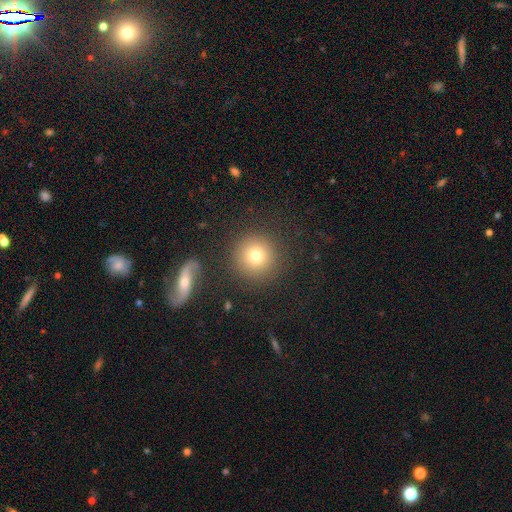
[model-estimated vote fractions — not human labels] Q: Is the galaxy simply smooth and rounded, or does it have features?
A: smooth — 76%.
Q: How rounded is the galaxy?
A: round — 95%.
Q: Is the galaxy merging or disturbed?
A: none — 87%.